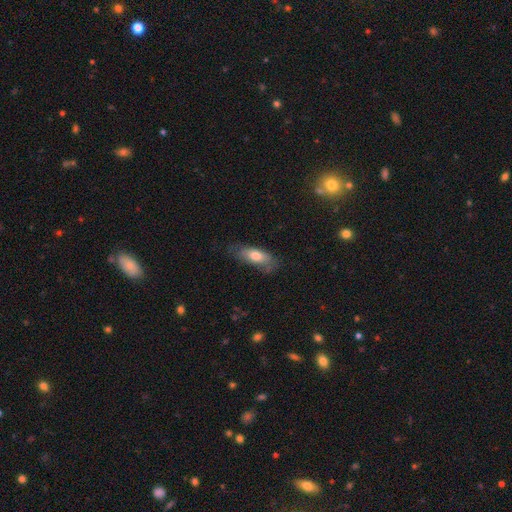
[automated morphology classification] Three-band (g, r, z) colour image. It shows a smooth galaxy with no disk features (70%) that is in between round and cigar-shaped (74%). Merging: none (63%).